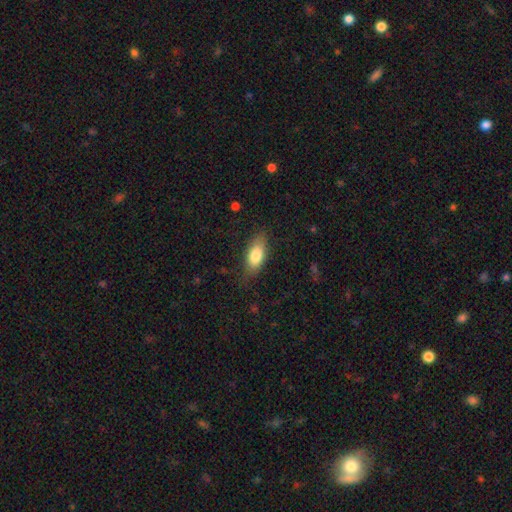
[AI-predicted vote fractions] A smooth galaxy with no disk features (78%) that is in between round and cigar-shaped (83%). Merging: none (76%).